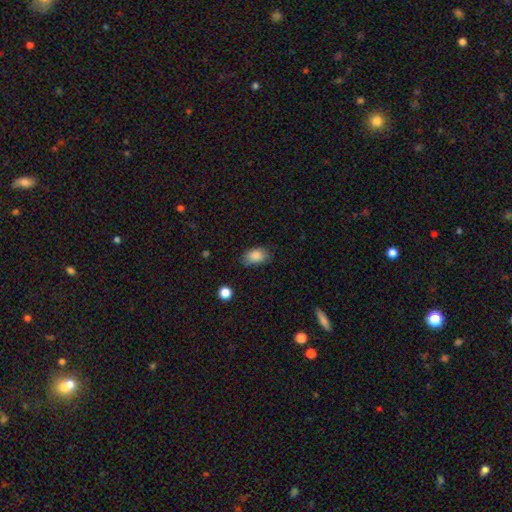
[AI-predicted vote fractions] smooth 86%, star or artifact 8%, featured or disk 6%. Down the decision tree: how rounded — in between (88%); merging — none (71%).